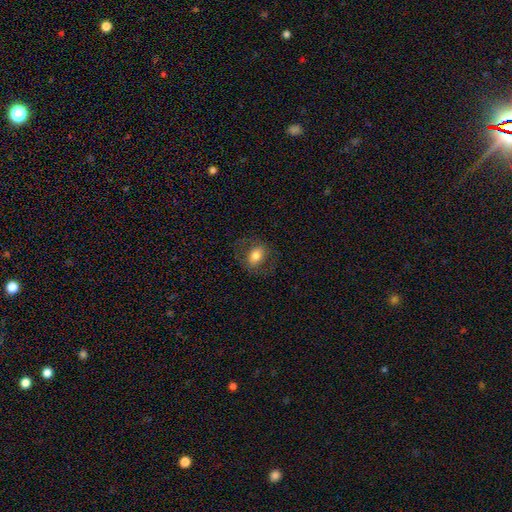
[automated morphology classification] Q: Smooth or featured?
A: smooth (68%); runner-up: featured or disk (23%)
Q: How rounded?
A: in between (70%); runner-up: round (28%)
Q: Merging?
A: none (75%); runner-up: minor disturbance (14%)